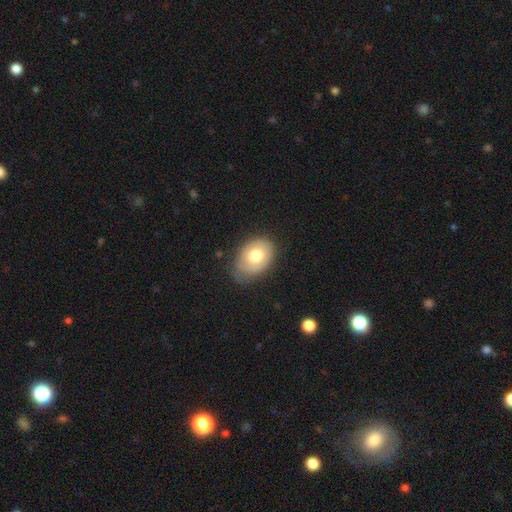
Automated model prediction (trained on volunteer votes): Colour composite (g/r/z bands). It shows a smooth galaxy with no disk features (69%) that is in between round and cigar-shaped (78%). Merging: none (61%).